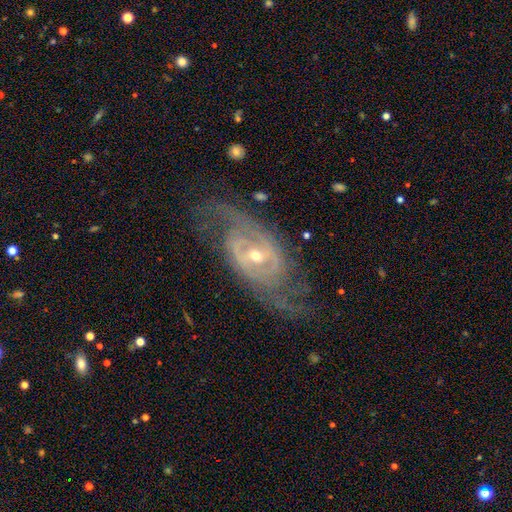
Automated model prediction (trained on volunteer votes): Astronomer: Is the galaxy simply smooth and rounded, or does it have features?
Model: featured or disk — 89%.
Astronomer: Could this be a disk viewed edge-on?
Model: no — 94%.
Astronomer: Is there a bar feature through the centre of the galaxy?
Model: weak — 44% (runner-up: no, 36%).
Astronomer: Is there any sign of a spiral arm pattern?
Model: yes — 96%.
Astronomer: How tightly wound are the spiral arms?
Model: medium — 46% (runner-up: tight, 37%).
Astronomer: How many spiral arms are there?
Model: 2 — 69%.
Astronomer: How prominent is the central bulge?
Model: small — 52% (runner-up: moderate, 45%).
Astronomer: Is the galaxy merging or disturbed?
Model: none — 72%.